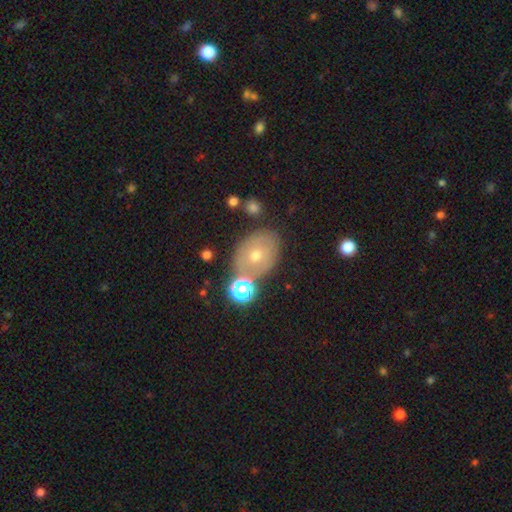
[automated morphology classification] Smooth or featured? Predicted: smooth (p=0.48). Merging? Predicted: none (p=0.60).